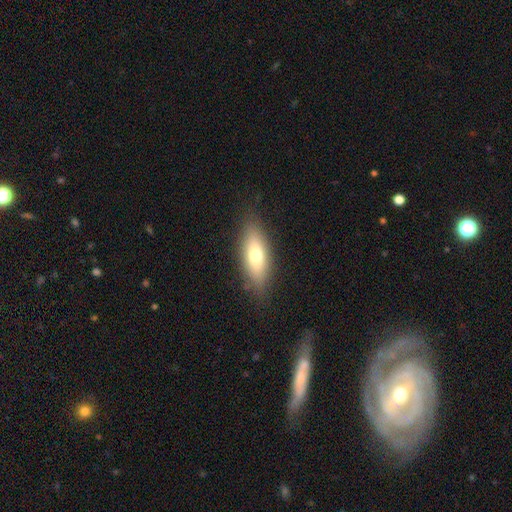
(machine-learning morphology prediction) A smooth galaxy with no disk features (67%) that is in between round and cigar-shaped (63%). Merging: none (84%).